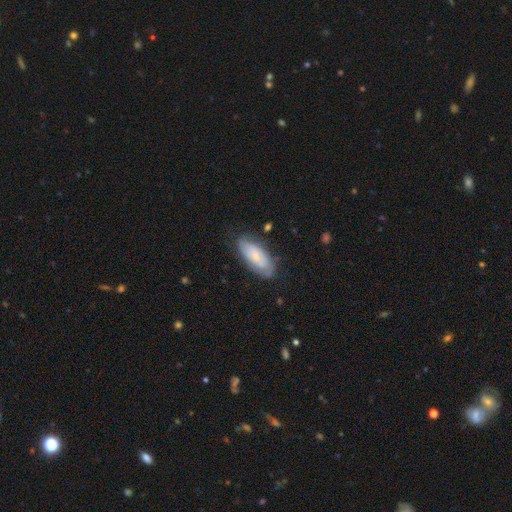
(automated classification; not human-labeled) Morphology: type=smooth (51%); roundness=in between (83%); merging=none (73%).